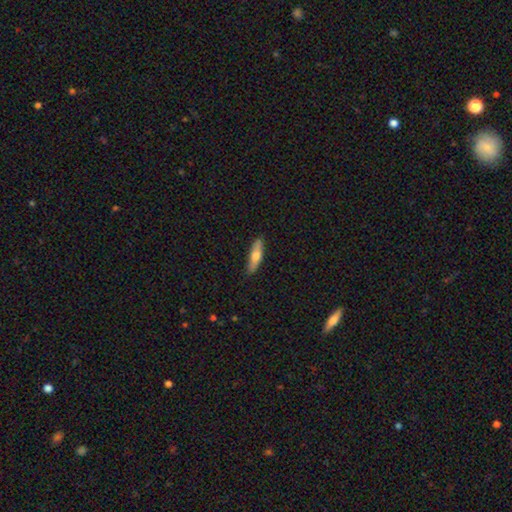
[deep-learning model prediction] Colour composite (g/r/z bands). It shows a smooth galaxy with no disk features (60%) that is cigar-shaped (65%). Merging: none (86%).